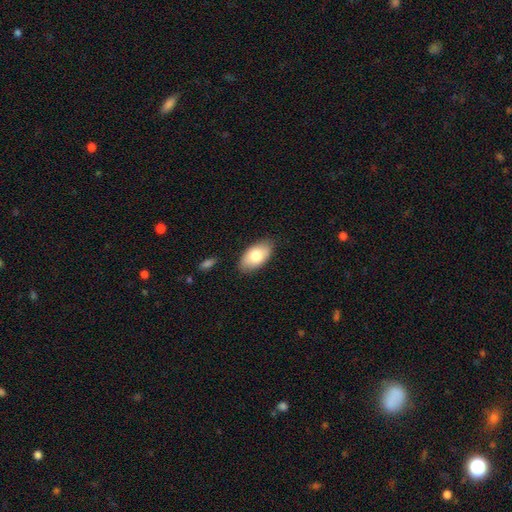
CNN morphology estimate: This is likely a smooth galaxy (78%). How rounded: clearly in between (94%). Merging: clearly none (83%).